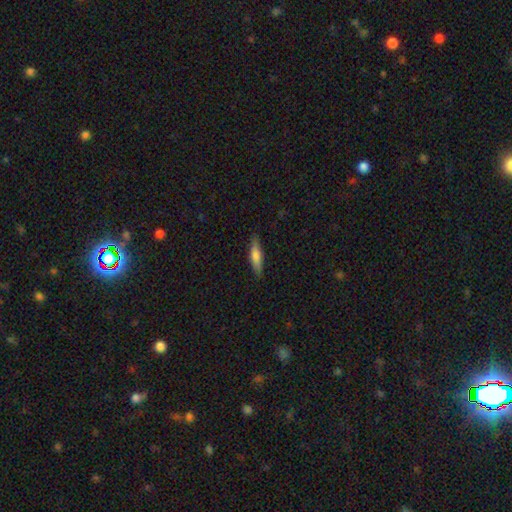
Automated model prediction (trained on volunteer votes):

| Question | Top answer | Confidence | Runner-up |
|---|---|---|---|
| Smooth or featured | smooth | 66% | featured or disk (28%) |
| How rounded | cigar-shaped | 74% | in between (24%) |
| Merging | none | 86% | minor disturbance (11%) |